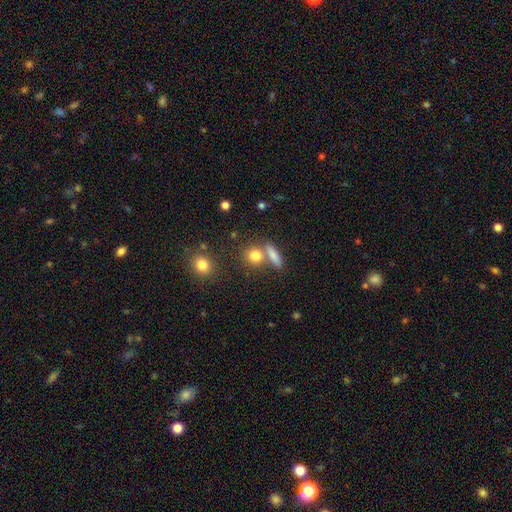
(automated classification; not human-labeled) Q: Smooth or featured?
A: smooth (80%); runner-up: star or artifact (11%)
Q: How rounded?
A: round (74%); runner-up: in between (20%)
Q: Merging?
A: none (61%); runner-up: merger (25%)